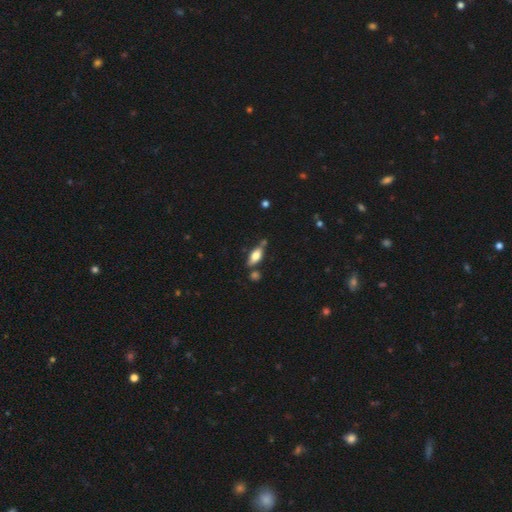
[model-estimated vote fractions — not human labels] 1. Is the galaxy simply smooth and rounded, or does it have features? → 57% smooth, 36% featured or disk, 7% star or artifact.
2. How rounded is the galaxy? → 70% in between, 27% cigar-shaped, 3% round.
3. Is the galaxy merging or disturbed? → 69% none, 17% minor disturbance, 10% merger, 4% major disturbance.